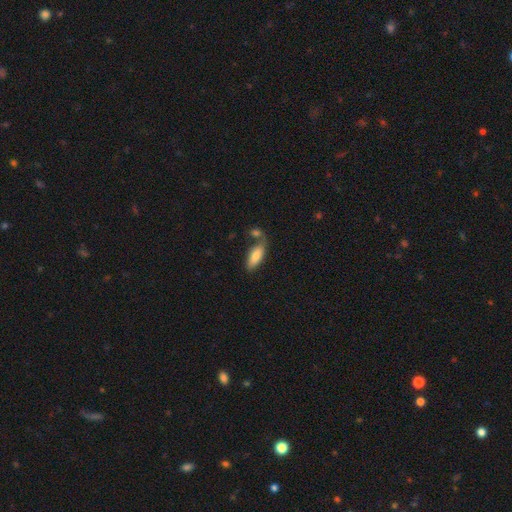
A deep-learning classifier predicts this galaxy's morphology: Smooth or featured? smooth (81%)
How rounded? in between (74%)
Merging? none (53%)